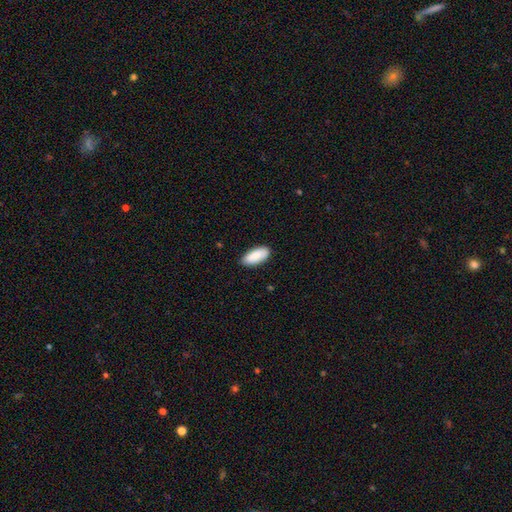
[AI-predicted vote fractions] Morphology: type=smooth (89%); roundness=in between (89%); merging=none (86%).